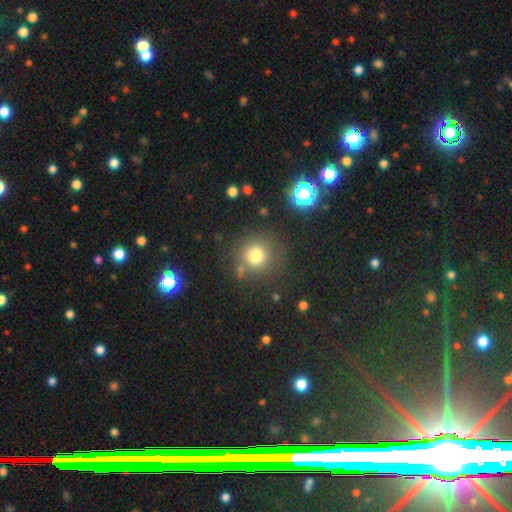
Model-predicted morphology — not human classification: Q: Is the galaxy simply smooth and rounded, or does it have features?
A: smooth — 77%.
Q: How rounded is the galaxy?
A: round — 92%.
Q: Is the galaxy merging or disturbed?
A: none — 77%.